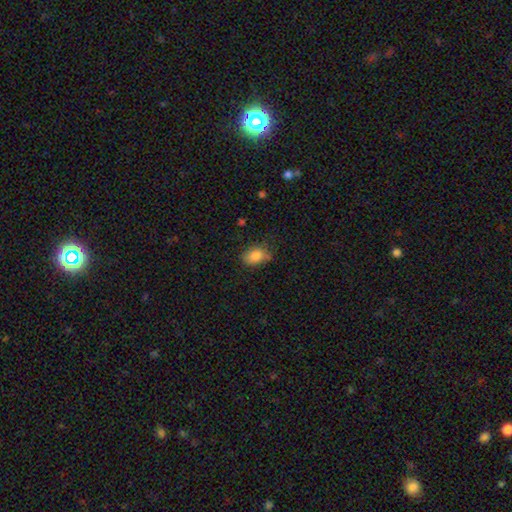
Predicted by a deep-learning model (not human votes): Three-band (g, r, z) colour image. It shows a smooth galaxy with no disk features (85%) that is in between round and cigar-shaped (79%). Merging: none (67%).